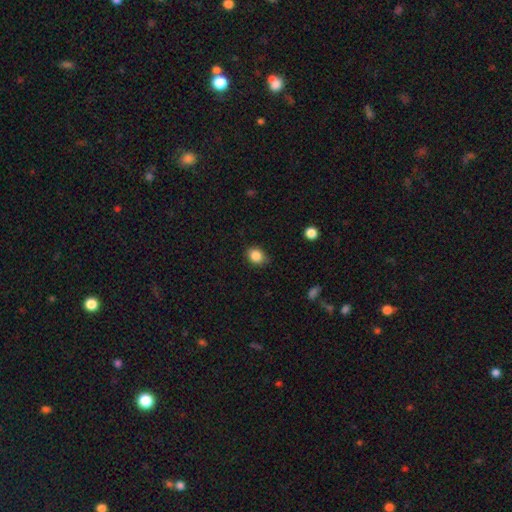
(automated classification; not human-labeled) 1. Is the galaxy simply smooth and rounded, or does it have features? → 86% smooth, 10% star or artifact, 5% featured or disk.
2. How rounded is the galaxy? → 54% round, 45% in between, 1% cigar-shaped.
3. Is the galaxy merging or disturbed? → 79% none, 16% minor disturbance, 3% major disturbance, 1% merger.